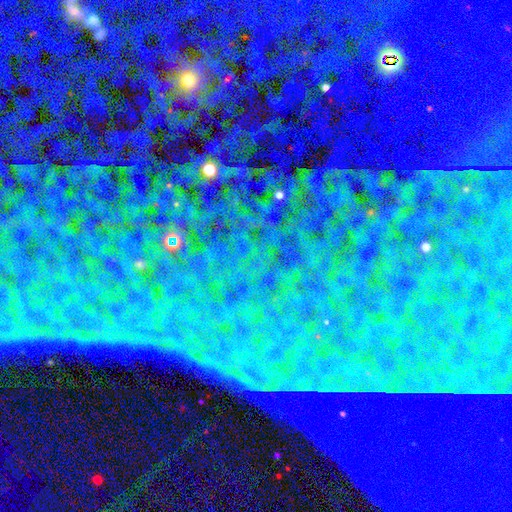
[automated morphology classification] Overall: star or artifact (84%).